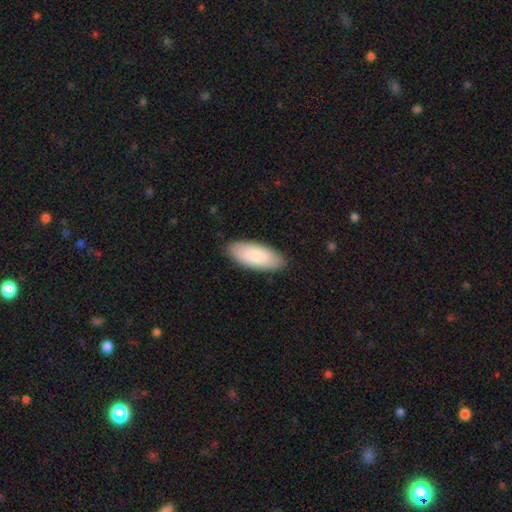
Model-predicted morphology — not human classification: Smooth or featured? smooth (83%)
How rounded? in between (84%)
Merging? none (86%)